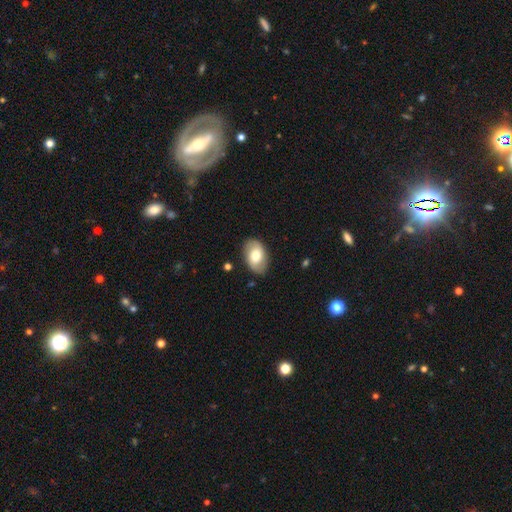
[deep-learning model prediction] The model was most divided on "smooth or featured": smooth: 56%, featured or disk: 37%, star or artifact: 6%. More confident: how rounded — in between (90%); merging — none (82%).